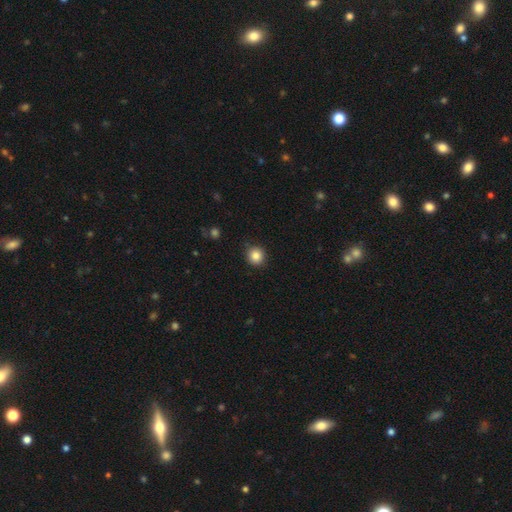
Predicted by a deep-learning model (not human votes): This appears to be a smooth galaxy with no disk features (85%) that is round (93%). Merging: none (89%).